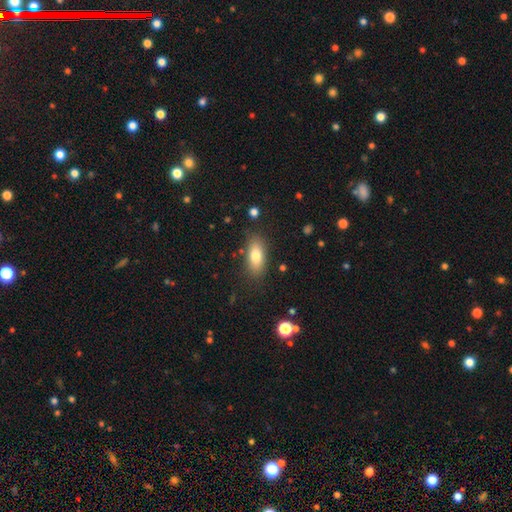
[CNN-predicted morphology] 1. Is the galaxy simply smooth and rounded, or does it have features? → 77% smooth, 15% featured or disk, 8% star or artifact.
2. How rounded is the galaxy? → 83% in between, 13% cigar-shaped, 4% round.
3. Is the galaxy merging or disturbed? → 82% none, 12% minor disturbance, 4% major disturbance, 2% merger.